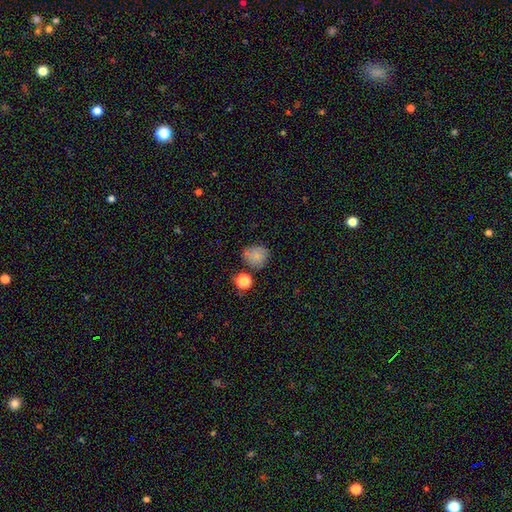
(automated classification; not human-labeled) Overall: smooth (79%). How rounded: round (80%). Merging: none (66%).